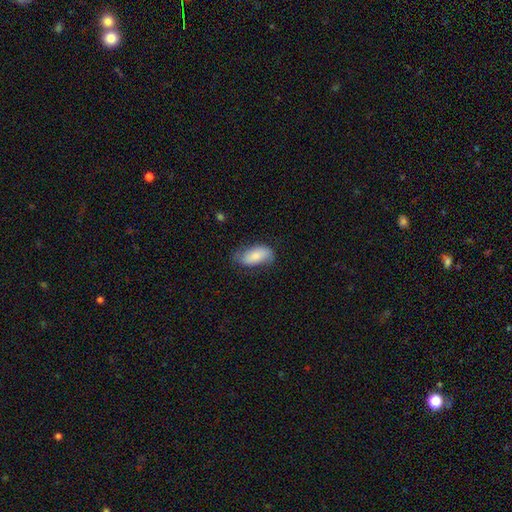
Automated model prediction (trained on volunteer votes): smooth 71%, featured or disk 22%, star or artifact 6%. Down the decision tree: how rounded — in between (92%); merging — none (60%).